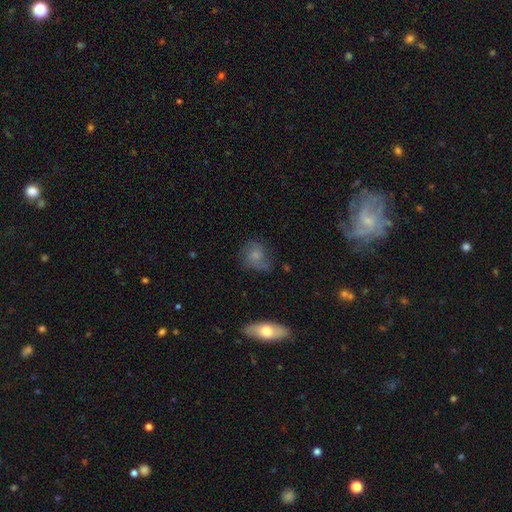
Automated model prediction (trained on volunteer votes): Q: Smooth or featured?
A: smooth (51%); runner-up: featured or disk (38%)
Q: How rounded?
A: round (60%); runner-up: in between (38%)
Q: Merging?
A: none (57%); runner-up: minor disturbance (26%)